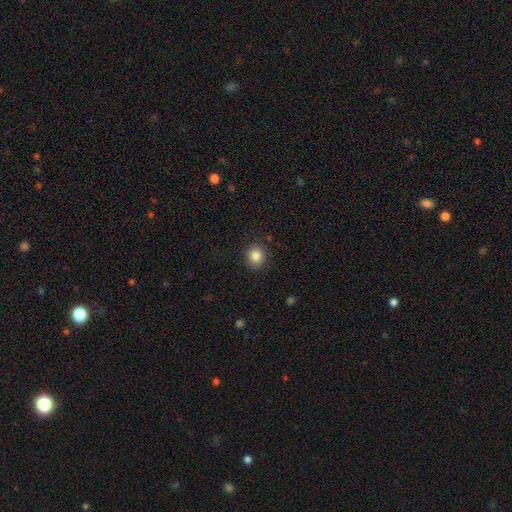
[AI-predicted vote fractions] A smooth galaxy with no disk features (85%) that is round (83%).

Vote fractions:
- Smooth or featured? smooth: 85% / star or artifact: 10% / featured or disk: 5%
- How rounded? round: 83% / in between: 16% / cigar-shaped: 1%
- Merging? none: 90% / minor disturbance: 7% / major disturbance: 2% / merger: 1%